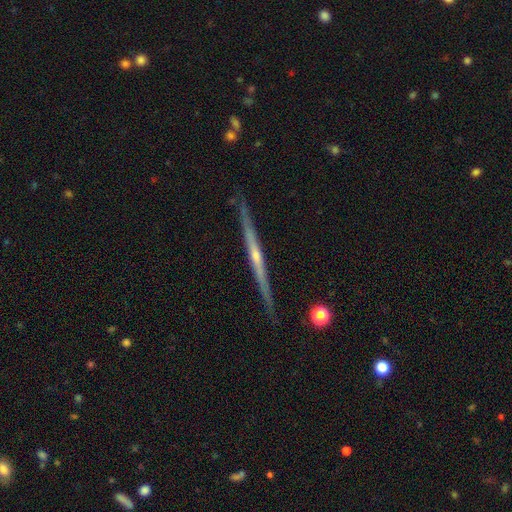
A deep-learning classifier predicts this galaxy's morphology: This appears to be a featured or disk galaxy (82%) viewed edge-on (98%) with a rounded central bulge (64%). Merging: none (91%).